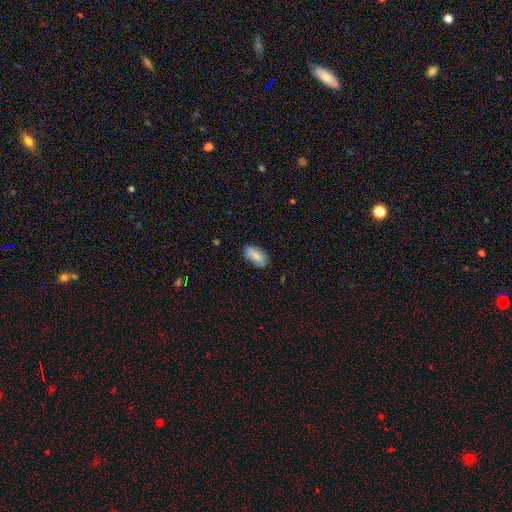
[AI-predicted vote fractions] A smooth galaxy with no disk features (77%) that is in between round and cigar-shaped (92%).

Vote fractions:
- Smooth or featured? smooth: 77% / featured or disk: 17% / star or artifact: 7%
- How rounded? in between: 92% / cigar-shaped: 5% / round: 4%
- Merging? none: 78% / minor disturbance: 17% / major disturbance: 3% / merger: 2%